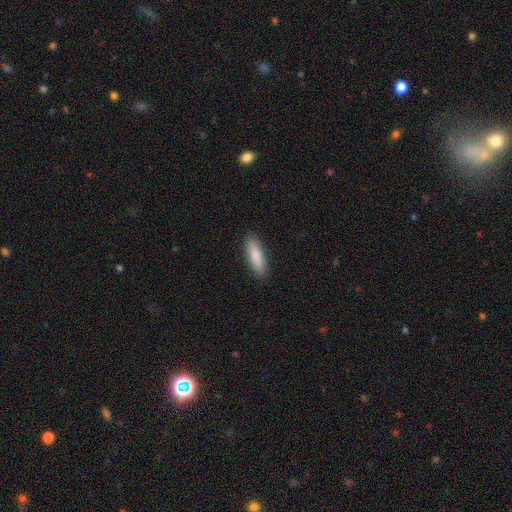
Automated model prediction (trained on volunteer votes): A smooth galaxy with no disk features (87%) that is cigar-shaped (55%).

Vote fractions:
- Smooth or featured? smooth: 87% / featured or disk: 7% / star or artifact: 6%
- How rounded? cigar-shaped: 55% / in between: 43% / round: 2%
- Merging? none: 89% / minor disturbance: 8% / major disturbance: 2% / merger: 1%